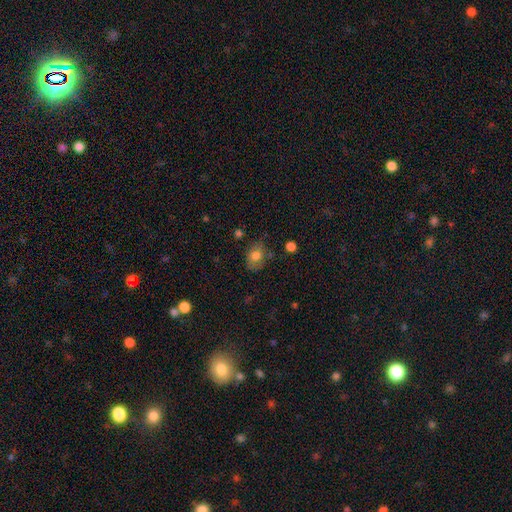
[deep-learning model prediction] smooth-or-featured: smooth: 77% | featured or disk: 13% | star or artifact: 9%
  how-rounded: in between: 66% | round: 33% | cigar-shaped: 1%
  merging: none: 68% | minor disturbance: 23% | major disturbance: 6% | merger: 3%